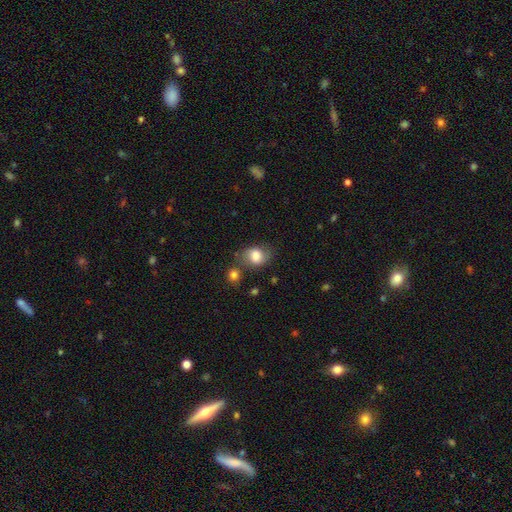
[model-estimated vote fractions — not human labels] Smooth or featured?
  - smooth: 76% *
  - featured or disk: 16%
  - star or artifact: 8%
How rounded?
  - in between: 58% *
  - round: 41%
  - cigar-shaped: 1%
Merging?
  - none: 60% *
  - minor disturbance: 22%
  - merger: 11%
  - major disturbance: 8%